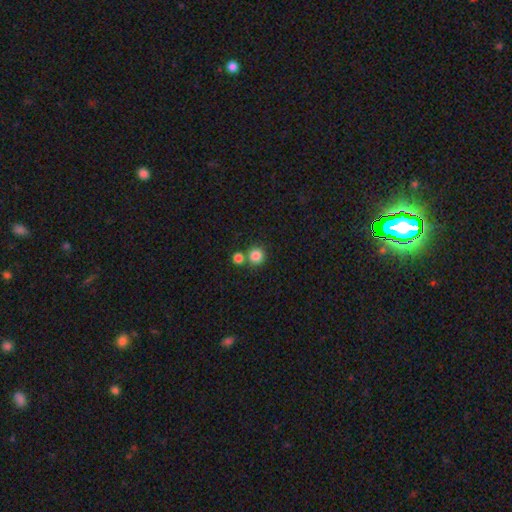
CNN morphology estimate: smooth 84%, star or artifact 11%, featured or disk 5%. Down the decision tree: how rounded — round (93%); merging — none (70%).